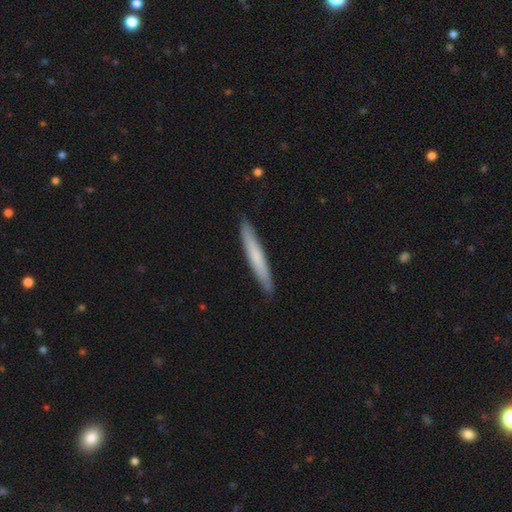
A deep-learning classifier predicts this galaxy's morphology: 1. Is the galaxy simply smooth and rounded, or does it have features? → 64% smooth, 31% featured or disk, 6% star or artifact.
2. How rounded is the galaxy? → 96% cigar-shaped, 3% in between, 1% round.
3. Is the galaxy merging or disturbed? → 90% none, 7% minor disturbance, 1% major disturbance, 1% merger.